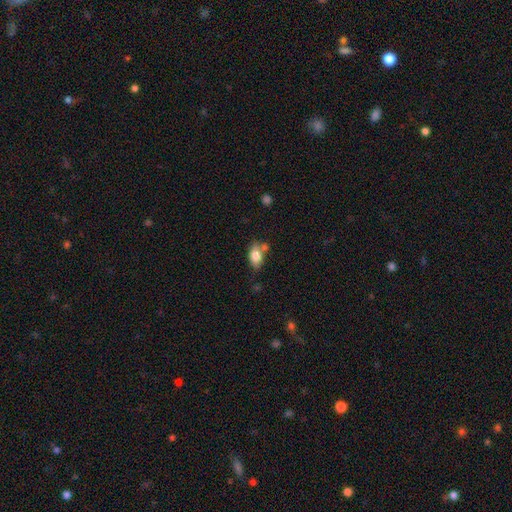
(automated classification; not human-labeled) Smooth or featured: smooth — 81% (featured or disk — 12%)
How rounded: in between — 87% (round — 10%)
Merging: none — 56% (minor disturbance — 20%)